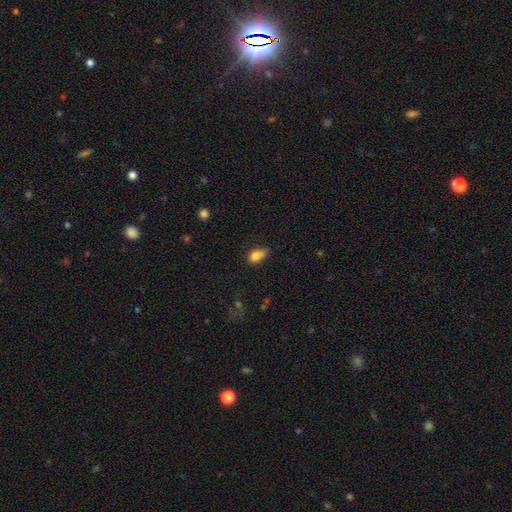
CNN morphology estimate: This appears to be a smooth galaxy with no disk features (81%) that is in between round and cigar-shaped (81%). Merging: minor disturbance (39%).